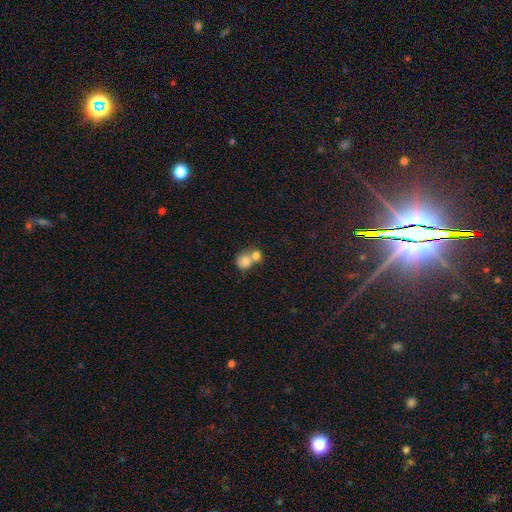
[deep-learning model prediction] A smooth galaxy with no disk features (77%) that is round (76%). Merging: merger (66%).